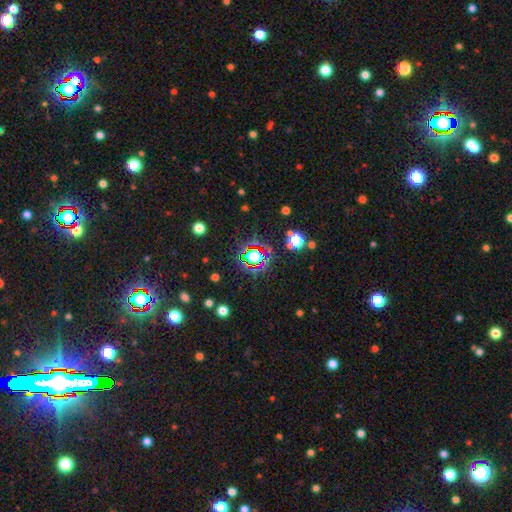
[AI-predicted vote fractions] Overall: star or artifact (66%).